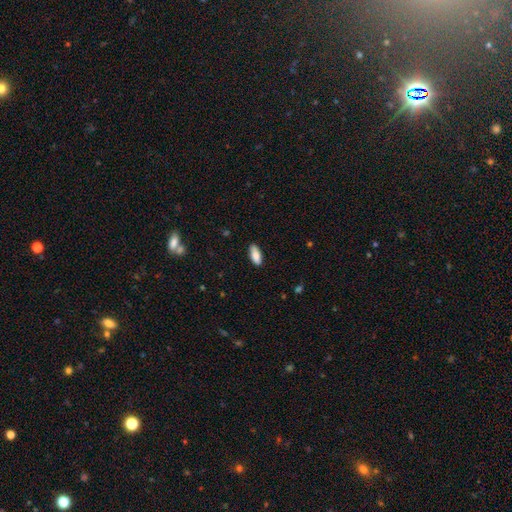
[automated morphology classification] Smooth or featured? smooth (87%)
How rounded? in between (77%)
Merging? none (84%)